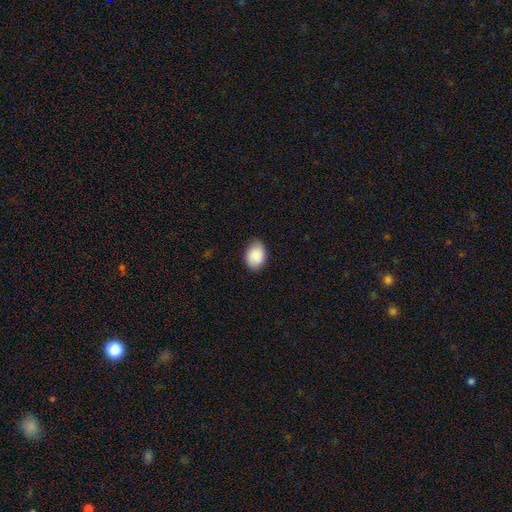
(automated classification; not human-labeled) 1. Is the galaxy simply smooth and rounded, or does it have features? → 89% smooth, 7% star or artifact, 4% featured or disk.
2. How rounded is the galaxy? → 73% in between, 27% round, 1% cigar-shaped.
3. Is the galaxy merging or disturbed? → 75% none, 21% minor disturbance, 3% major disturbance, 1% merger.